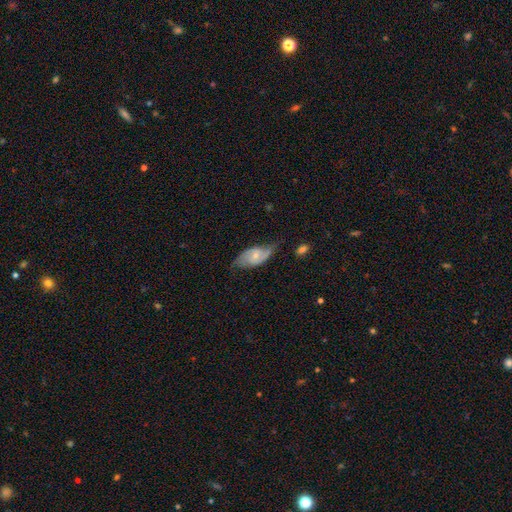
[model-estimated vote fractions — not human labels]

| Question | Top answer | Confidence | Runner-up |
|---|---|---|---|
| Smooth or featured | featured or disk | 67% | smooth (26%) |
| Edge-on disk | no | 94% | yes (6%) |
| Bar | no | 49% | weak (42%) |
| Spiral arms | yes | 89% | no (11%) |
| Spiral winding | medium | 44% | loose (34%) |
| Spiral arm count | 2 | 83% | can't tell (10%) |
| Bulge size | small | 57% | moderate (36%) |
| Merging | none | 60% | minor disturbance (28%) |